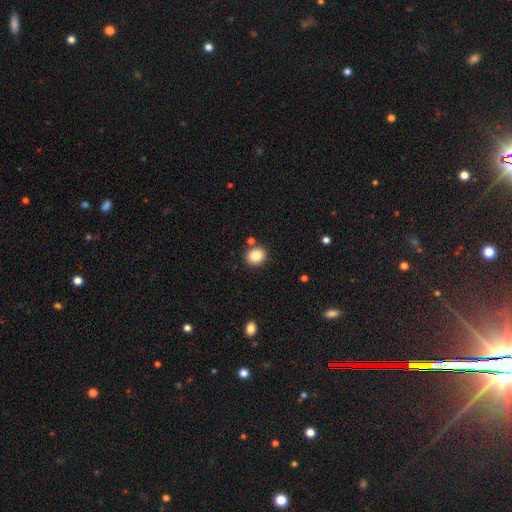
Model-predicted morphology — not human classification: This is clearly a smooth galaxy (84%). How rounded: likely round (73%). Merging: clearly none (85%).